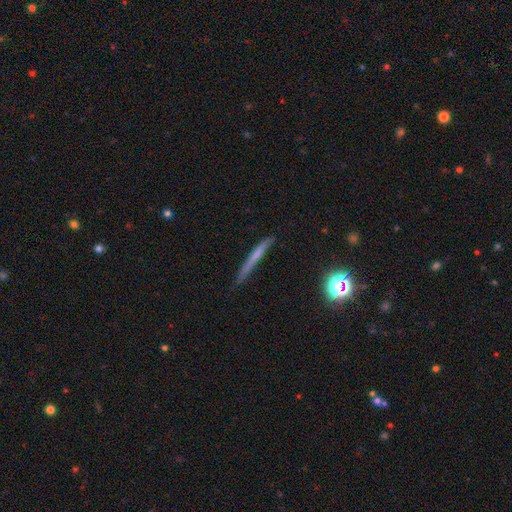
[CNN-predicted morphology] This appears to be a smooth galaxy with no disk features (52%) that is cigar-shaped (95%). Merging: none (80%).